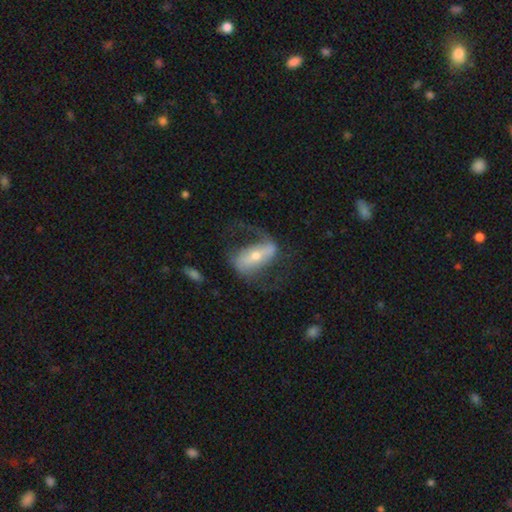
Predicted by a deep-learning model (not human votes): This is clearly a featured or disk galaxy (80%). It is clearly not viewed edge-on (92%). Bar: likely strong (63%). Spiral arm pattern: clearly yes (88%). Spiral arm count: clearly 2 (86%). Spiral winding: possibly loose (50%). Central bulge: possibly small (49%). Merging: likely none (60%).